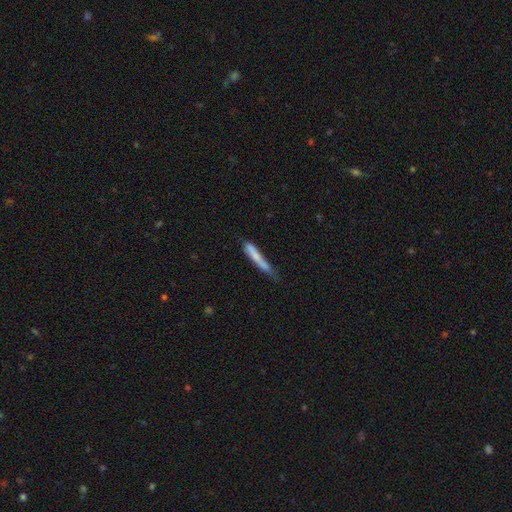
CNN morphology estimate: The model was most divided on "merging": none: 53%, minor disturbance: 32%, major disturbance: 11%, merger: 5%. More confident: how rounded — cigar-shaped (94%); smooth or featured — smooth (72%).